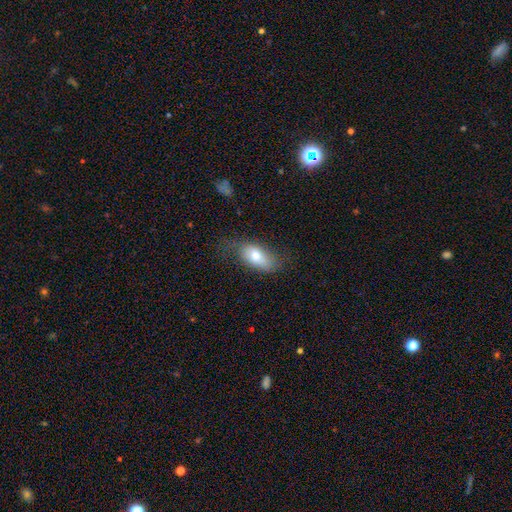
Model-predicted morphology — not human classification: Q: Smooth or featured?
A: smooth (73%); runner-up: featured or disk (20%)
Q: How rounded?
A: in between (89%); runner-up: cigar-shaped (6%)
Q: Merging?
A: none (54%); runner-up: minor disturbance (30%)